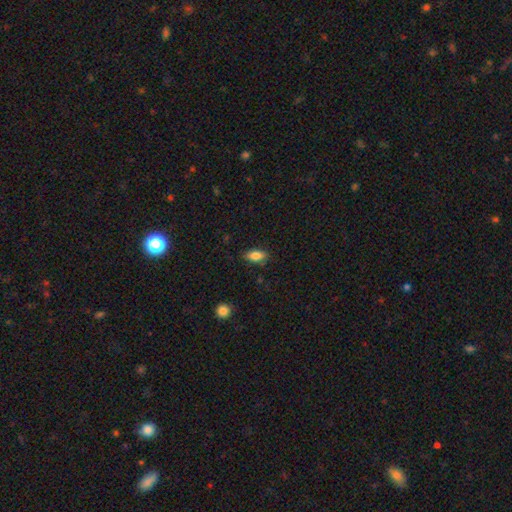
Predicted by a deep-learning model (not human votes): Overall: smooth (85%). How rounded: in between (88%). Merging: none (83%).